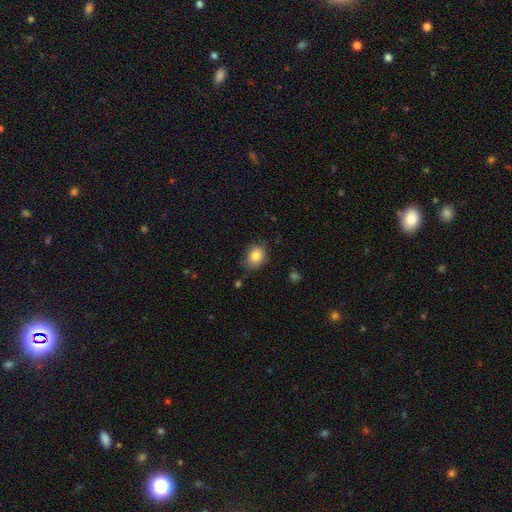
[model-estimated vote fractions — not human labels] smooth 84%, star or artifact 8%, featured or disk 8%. Down the decision tree: how rounded — in between (58%); merging — none (73%).